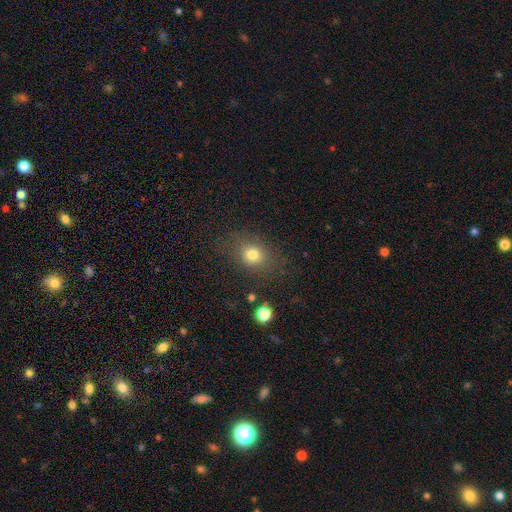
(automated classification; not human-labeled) Smooth or featured? smooth (63%)
How rounded? in between (53%)
Merging? none (86%)